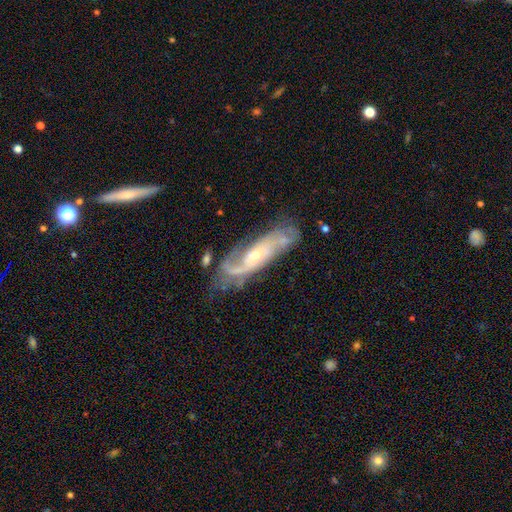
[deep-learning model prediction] Smooth or featured? Predicted: featured or disk (p=0.82). Edge-on disk? Predicted: no (p=0.87). Bar? Predicted: no (p=0.64). Spiral arms? Predicted: yes (p=0.91). Spiral winding? Predicted: medium (p=0.42). Spiral arm count? Predicted: 2 (p=0.53). Bulge size? Predicted: small (p=0.67). Merging? Predicted: none (p=0.48).